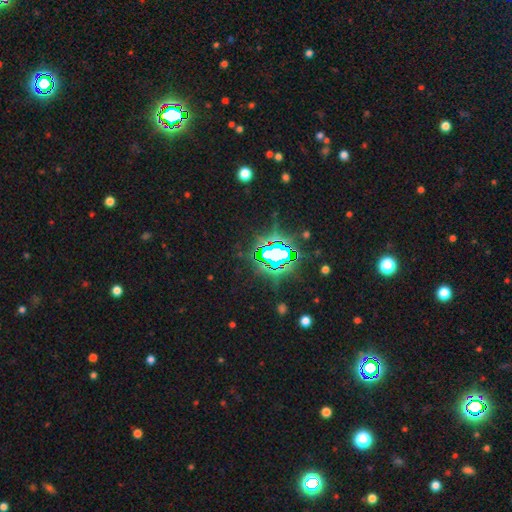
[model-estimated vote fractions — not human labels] smooth-or-featured: star or artifact: 81% | smooth: 10% | featured or disk: 9%